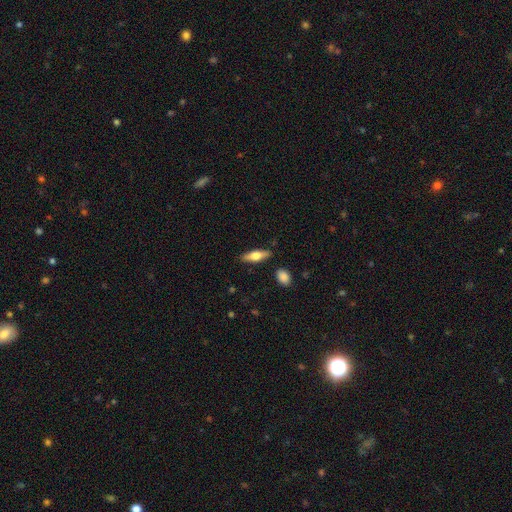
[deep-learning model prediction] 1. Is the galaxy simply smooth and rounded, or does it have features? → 52% smooth, 42% featured or disk, 6% star or artifact.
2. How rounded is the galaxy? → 51% cigar-shaped, 46% in between, 3% round.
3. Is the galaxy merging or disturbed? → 86% none, 10% minor disturbance, 2% major disturbance, 2% merger.